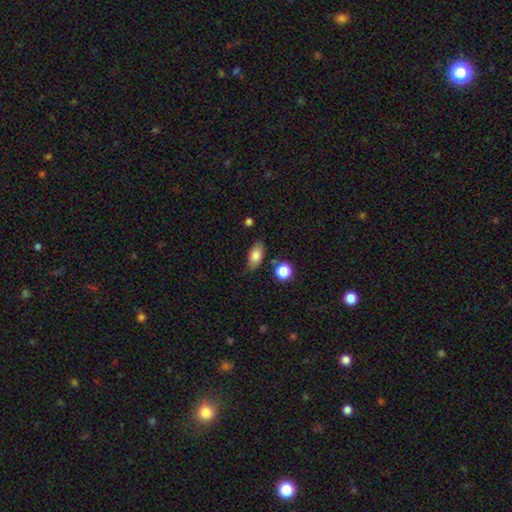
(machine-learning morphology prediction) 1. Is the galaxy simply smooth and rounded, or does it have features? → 80% smooth, 12% featured or disk, 8% star or artifact.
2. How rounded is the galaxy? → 86% in between, 8% round, 6% cigar-shaped.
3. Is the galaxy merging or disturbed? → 70% none, 21% minor disturbance, 5% major disturbance, 4% merger.